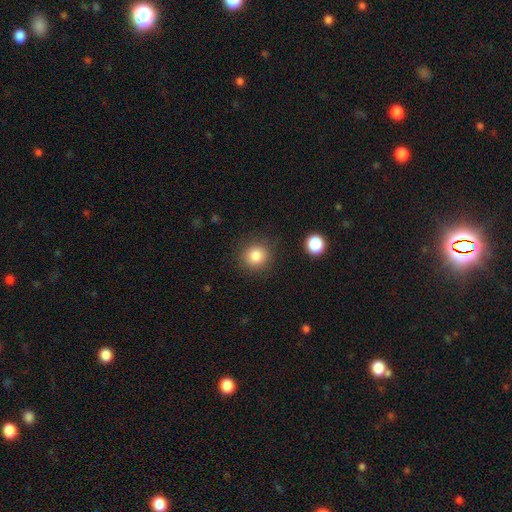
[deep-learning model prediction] smooth_or_featured: smooth (p=0.83) [alt: star or artifact p=0.11]
how_rounded: round (p=0.90) [alt: in between p=0.09]
merging: none (p=0.87) [alt: minor disturbance p=0.08]